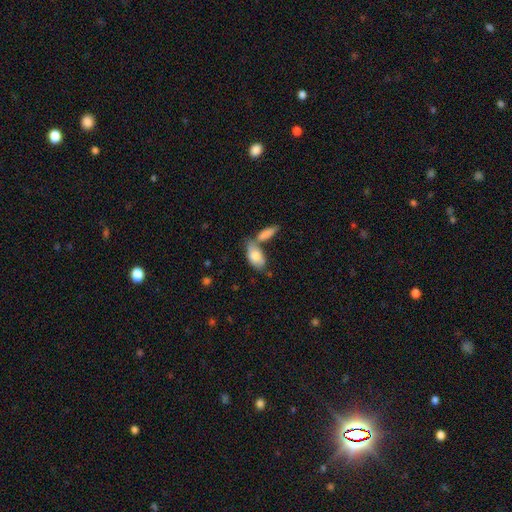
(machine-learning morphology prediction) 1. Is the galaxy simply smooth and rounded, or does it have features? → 75% smooth, 19% featured or disk, 6% star or artifact.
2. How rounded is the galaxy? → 90% in between, 6% cigar-shaped, 4% round.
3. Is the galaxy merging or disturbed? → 44% merger, 36% none, 14% minor disturbance, 6% major disturbance.